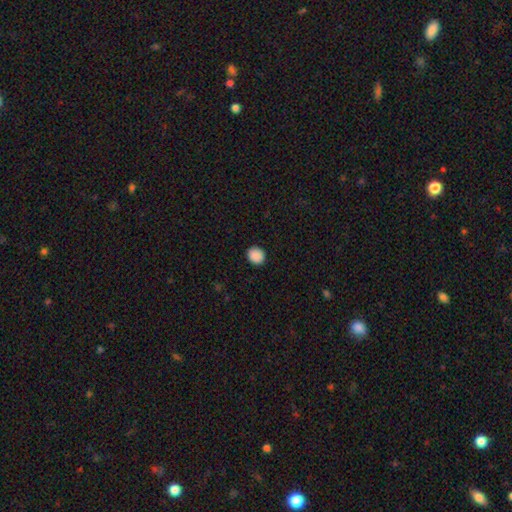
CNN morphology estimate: This appears to be a smooth galaxy with no disk features (90%) that is round (75%). Merging: none (91%).